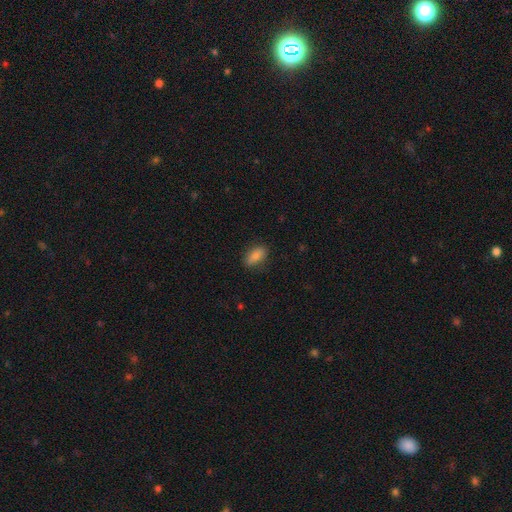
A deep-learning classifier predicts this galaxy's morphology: smooth-or-featured: smooth: 81% | featured or disk: 11% | star or artifact: 8%
  how-rounded: in between: 85% | cigar-shaped: 11% | round: 5%
  merging: none: 84% | minor disturbance: 12% | major disturbance: 3% | merger: 1%